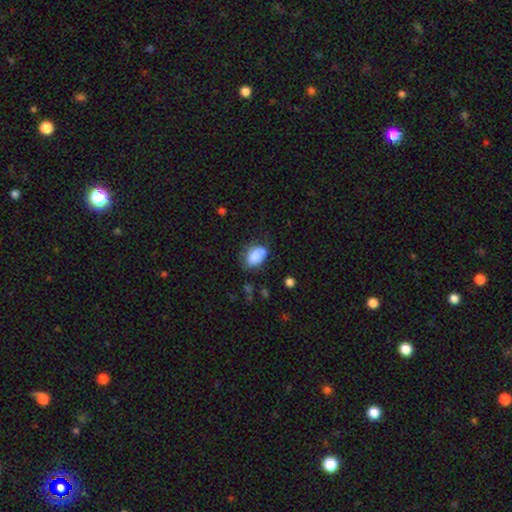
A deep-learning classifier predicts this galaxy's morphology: This is likely a smooth galaxy (78%). How rounded: clearly in between (81%). Merging: possibly none (46%).